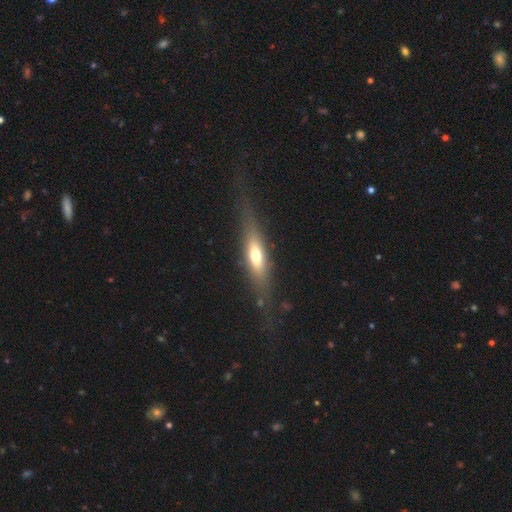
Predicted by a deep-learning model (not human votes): Overall: smooth (49%; featured or disk 45%). Merging: none (72%).